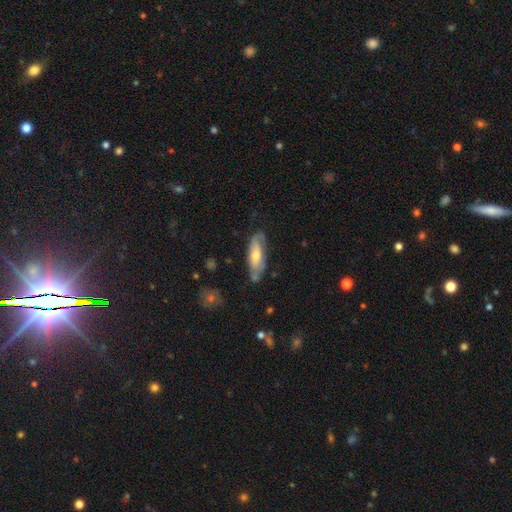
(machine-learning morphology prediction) Smooth or featured?
  - featured or disk: 50% *
  - smooth: 44%
  - star or artifact: 6%
Edge-on disk?
  - no: 68% *
  - yes: 32%
Merging?
  - none: 66% *
  - minor disturbance: 24%
  - major disturbance: 7%
  - merger: 4%